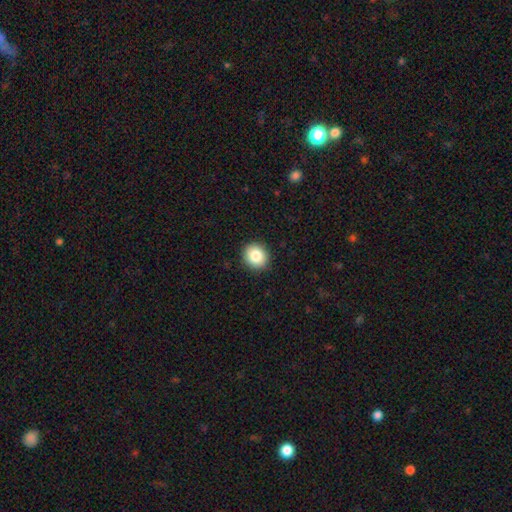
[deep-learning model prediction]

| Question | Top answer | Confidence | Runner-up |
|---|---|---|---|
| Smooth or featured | smooth | 85% | star or artifact (9%) |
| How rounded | round | 82% | in between (17%) |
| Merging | none | 91% | minor disturbance (6%) |